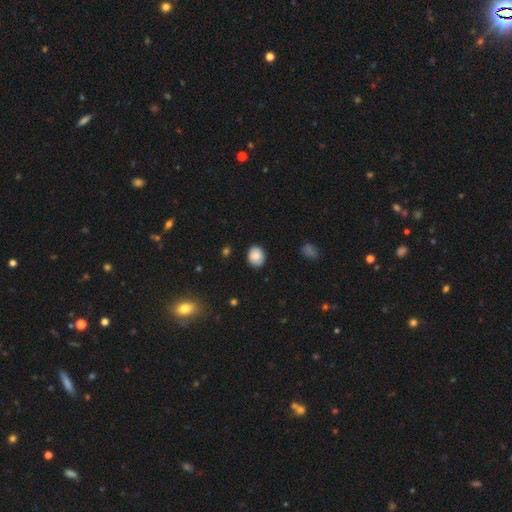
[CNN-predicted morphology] Smooth or featured? Predicted: smooth (p=0.86). How rounded? Predicted: round (p=0.61). Merging? Predicted: none (p=0.86).